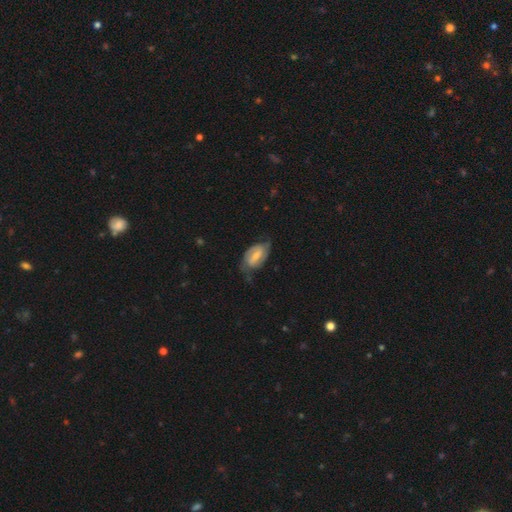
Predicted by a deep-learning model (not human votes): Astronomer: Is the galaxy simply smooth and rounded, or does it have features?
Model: featured or disk — 66%.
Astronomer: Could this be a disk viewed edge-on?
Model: no — 95%.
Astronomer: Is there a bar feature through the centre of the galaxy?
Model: weak — 46% (runner-up: strong, 36%).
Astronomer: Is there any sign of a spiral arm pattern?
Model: yes — 86%.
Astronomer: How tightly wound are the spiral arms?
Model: medium — 43% (runner-up: tight, 36%).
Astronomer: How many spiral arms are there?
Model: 2 — 80%.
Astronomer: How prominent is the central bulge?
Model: small — 44% (runner-up: moderate, 37%).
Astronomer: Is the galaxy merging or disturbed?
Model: none — 58%.